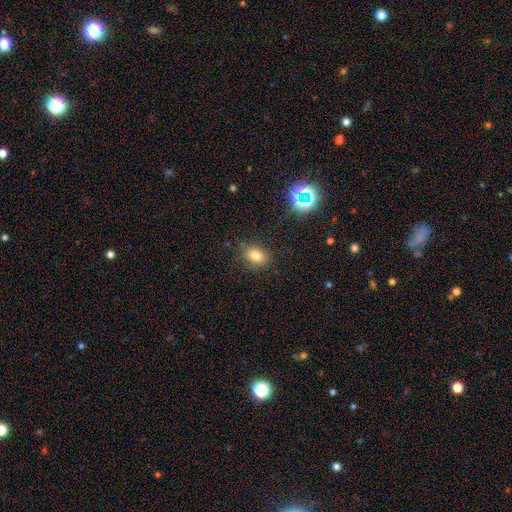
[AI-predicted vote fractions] This appears to be a smooth galaxy with no disk features (76%) that is in between round and cigar-shaped (66%). Merging: none (82%).